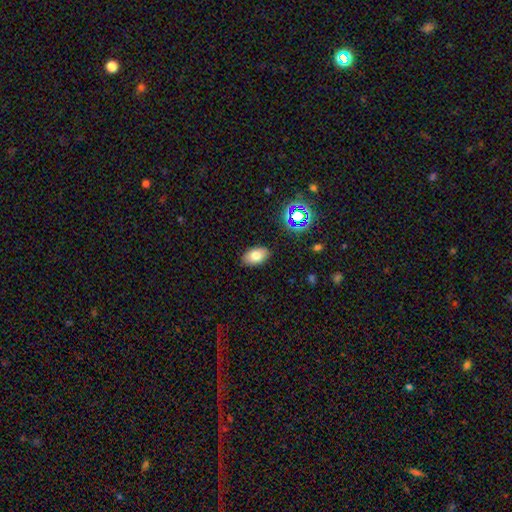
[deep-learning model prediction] Smooth or featured: smooth — 77% (featured or disk — 12%)
How rounded: in between — 91% (round — 7%)
Merging: none — 87% (minor disturbance — 10%)